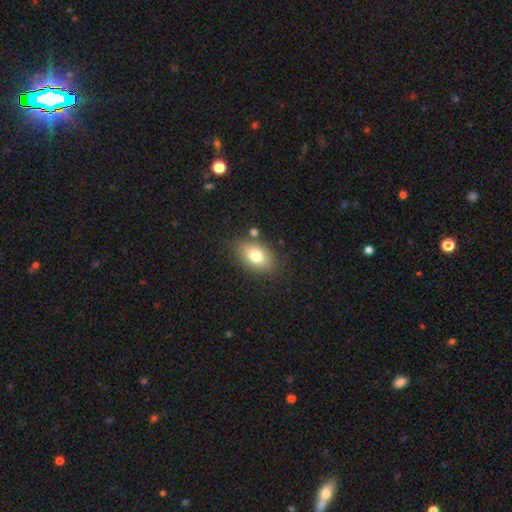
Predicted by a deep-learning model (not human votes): This is likely a smooth galaxy (77%). How rounded: clearly in between (85%). Merging: likely none (77%).